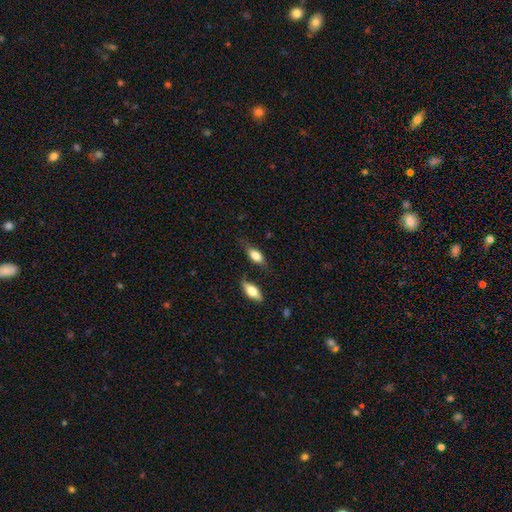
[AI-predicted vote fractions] Overall: smooth (74%). How rounded: in between (81%). Merging: none (64%).